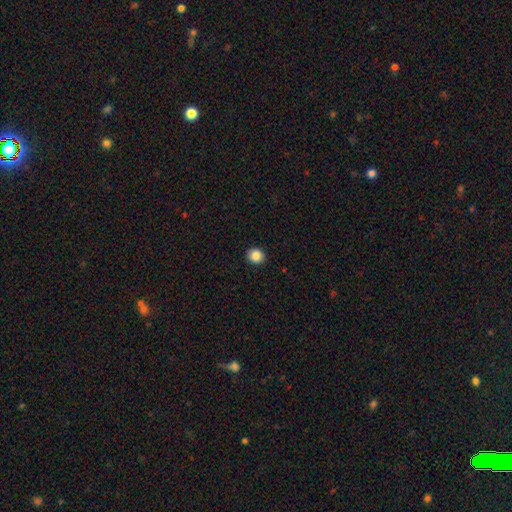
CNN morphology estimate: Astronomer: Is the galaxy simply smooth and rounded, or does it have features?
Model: smooth — 87%.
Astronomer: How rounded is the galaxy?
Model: round — 79%.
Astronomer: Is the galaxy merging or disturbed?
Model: none — 92%.